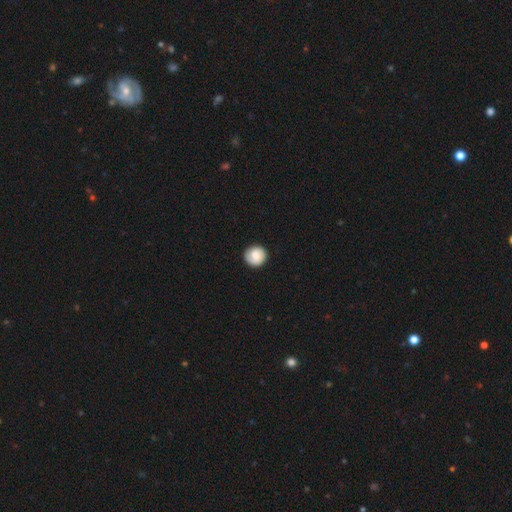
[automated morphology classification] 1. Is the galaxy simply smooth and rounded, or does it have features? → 63% smooth, 30% featured or disk, 7% star or artifact.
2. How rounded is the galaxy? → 89% round, 10% in between, 1% cigar-shaped.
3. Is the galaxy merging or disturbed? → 85% none, 11% minor disturbance, 3% major disturbance, 1% merger.